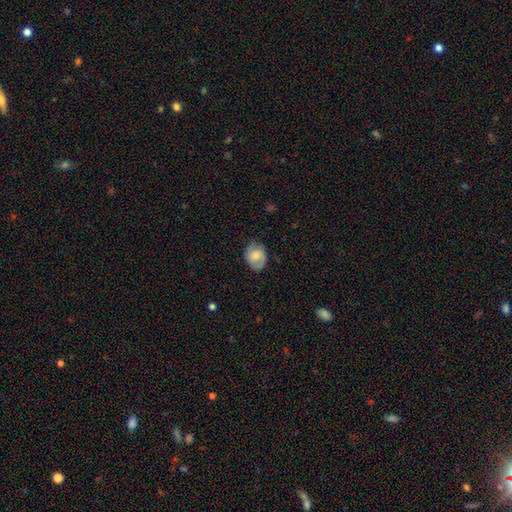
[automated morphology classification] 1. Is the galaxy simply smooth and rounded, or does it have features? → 68% smooth, 25% featured or disk, 7% star or artifact.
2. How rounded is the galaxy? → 63% in between, 36% round, 1% cigar-shaped.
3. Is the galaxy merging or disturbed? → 69% none, 24% minor disturbance, 6% major disturbance, 1% merger.